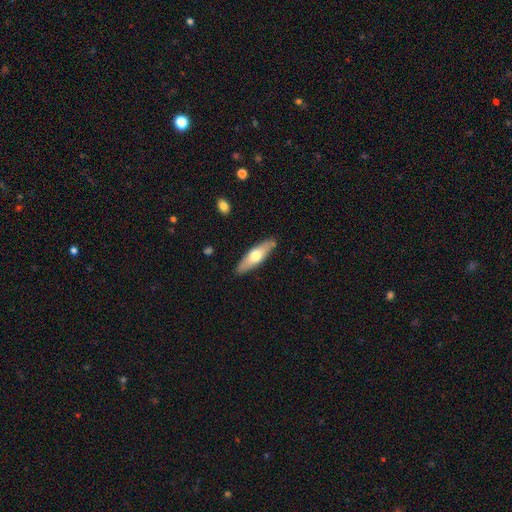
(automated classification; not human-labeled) A smooth galaxy with no disk features (56%) that is cigar-shaped (56%).

Vote fractions:
- Smooth or featured? smooth: 56% / featured or disk: 39% / star or artifact: 5%
- How rounded? cigar-shaped: 56% / in between: 42% / round: 2%
- Merging? none: 87% / minor disturbance: 10% / major disturbance: 2% / merger: 2%